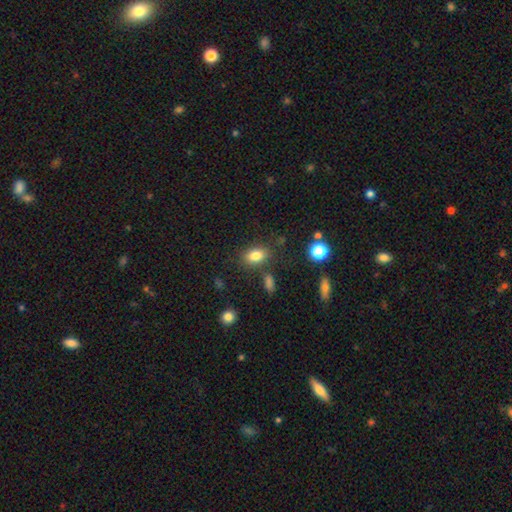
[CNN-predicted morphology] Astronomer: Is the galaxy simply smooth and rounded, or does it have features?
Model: smooth — 81%.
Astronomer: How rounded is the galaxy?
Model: in between — 78%.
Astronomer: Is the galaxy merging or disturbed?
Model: none — 78%.